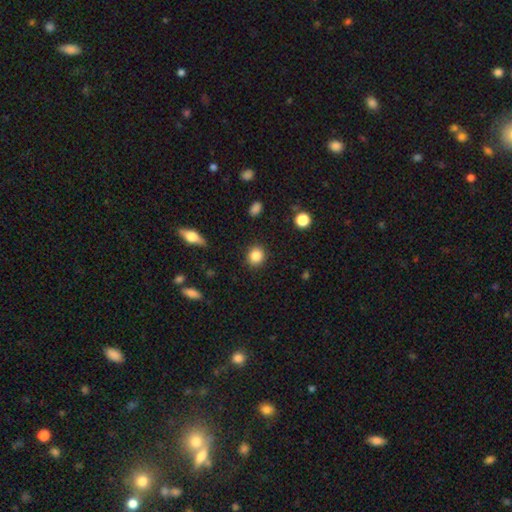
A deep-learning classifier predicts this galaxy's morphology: This is clearly a smooth galaxy (85%). How rounded: clearly round (83%). Merging: clearly none (90%).